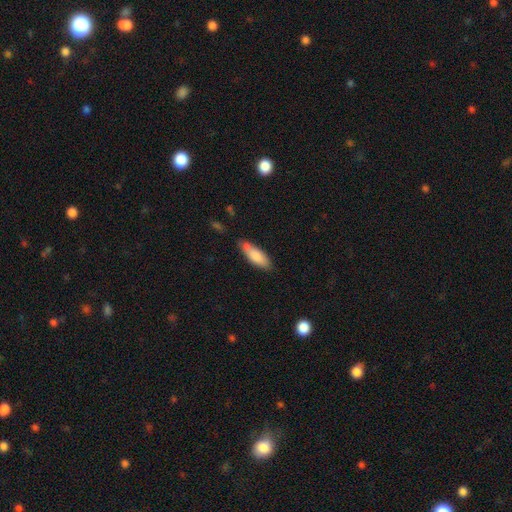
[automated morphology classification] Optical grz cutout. It shows a smooth galaxy with no disk features (80%) that is in between round and cigar-shaped (59%). Merging: none (64%).